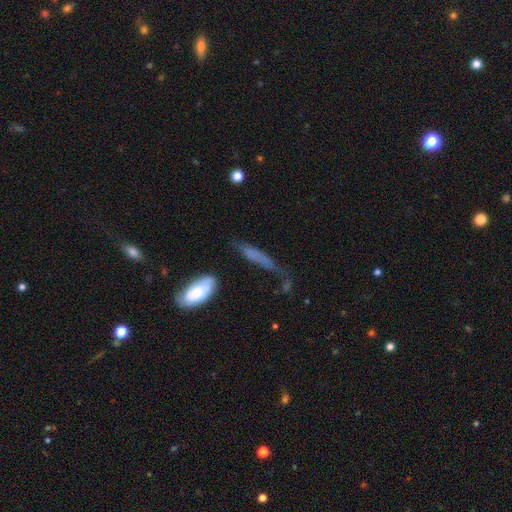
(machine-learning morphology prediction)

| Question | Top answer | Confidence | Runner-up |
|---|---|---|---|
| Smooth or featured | smooth | 63% | featured or disk (26%) |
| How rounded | cigar-shaped | 73% | in between (23%) |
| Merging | none | 41% | minor disturbance (29%) |